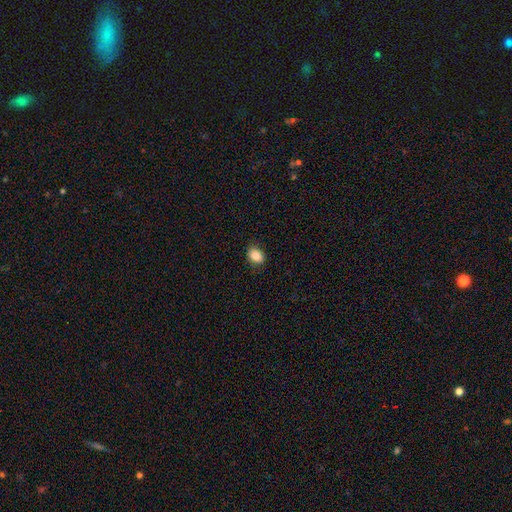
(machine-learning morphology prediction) Smooth or featured: smooth — 86% (star or artifact — 9%)
How rounded: in between — 66% (round — 33%)
Merging: none — 86% (minor disturbance — 11%)